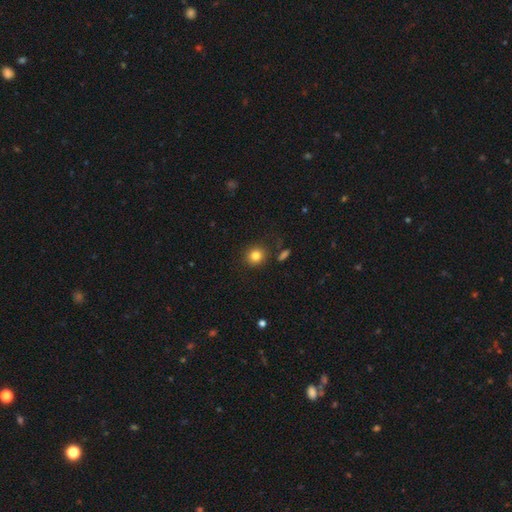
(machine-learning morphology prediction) Smooth or featured?
  - smooth: 82% *
  - star or artifact: 11%
  - featured or disk: 7%
How rounded?
  - round: 87% *
  - in between: 12%
  - cigar-shaped: 1%
Merging?
  - none: 87% *
  - minor disturbance: 8%
  - merger: 3%
  - major disturbance: 3%